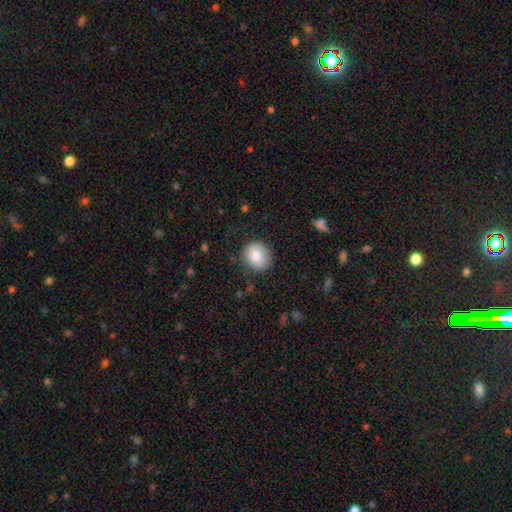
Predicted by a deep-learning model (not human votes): Smooth or featured? smooth (77%)
How rounded? round (76%)
Merging? none (81%)